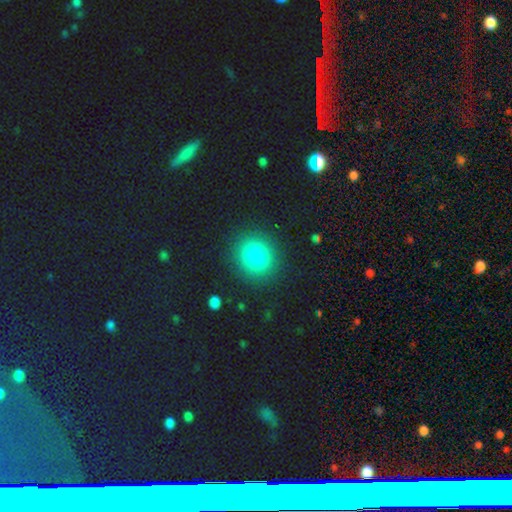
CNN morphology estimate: Smooth or featured?
  - smooth: 80% *
  - star or artifact: 12%
  - featured or disk: 7%
How rounded?
  - round: 85% *
  - in between: 14%
  - cigar-shaped: 1%
Merging?
  - none: 88% *
  - minor disturbance: 7%
  - major disturbance: 3%
  - merger: 1%